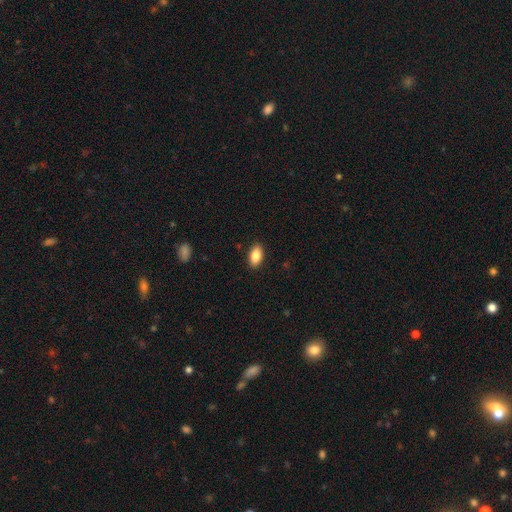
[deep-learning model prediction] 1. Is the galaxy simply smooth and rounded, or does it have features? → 86% smooth, 7% star or artifact, 7% featured or disk.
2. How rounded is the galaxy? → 91% in between, 5% round, 4% cigar-shaped.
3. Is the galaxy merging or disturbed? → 89% none, 8% minor disturbance, 2% major disturbance, 1% merger.